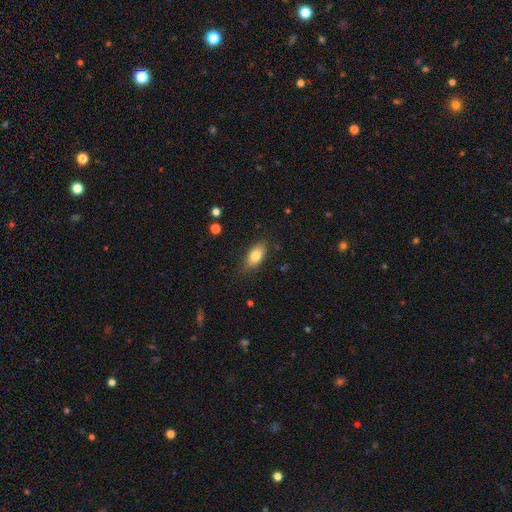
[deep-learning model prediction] A smooth galaxy with no disk features (80%) that is in between round and cigar-shaped (89%).

Vote fractions:
- Smooth or featured? smooth: 80% / featured or disk: 12% / star or artifact: 7%
- How rounded? in between: 89% / cigar-shaped: 7% / round: 5%
- Merging? none: 81% / minor disturbance: 14% / major disturbance: 3% / merger: 1%